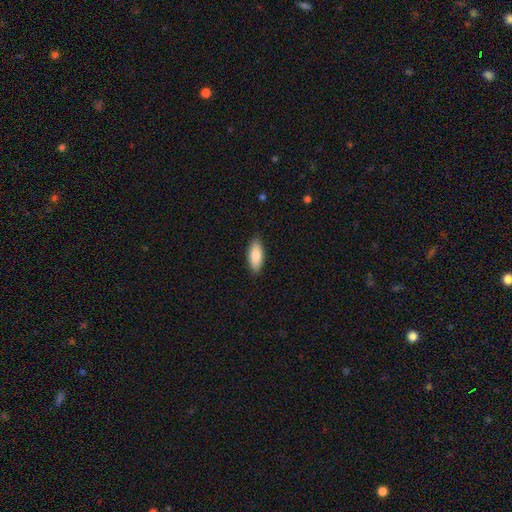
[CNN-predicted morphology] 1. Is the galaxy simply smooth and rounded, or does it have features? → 83% smooth, 11% featured or disk, 6% star or artifact.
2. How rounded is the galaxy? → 79% in between, 19% cigar-shaped, 2% round.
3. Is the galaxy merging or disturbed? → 88% none, 9% minor disturbance, 2% major disturbance, 1% merger.